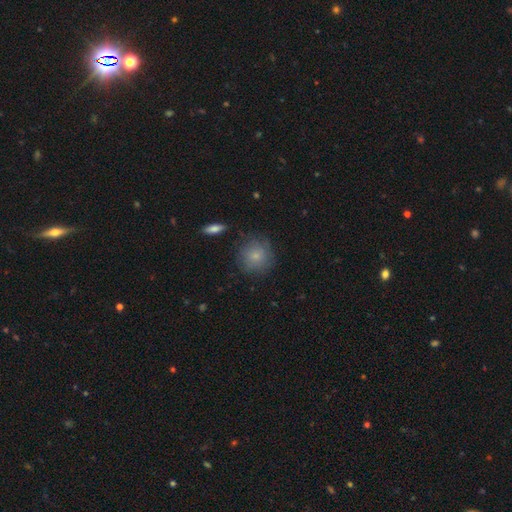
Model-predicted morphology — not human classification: This appears to be a smooth galaxy with no disk features (79%) that is round (92%). Merging: none (78%).